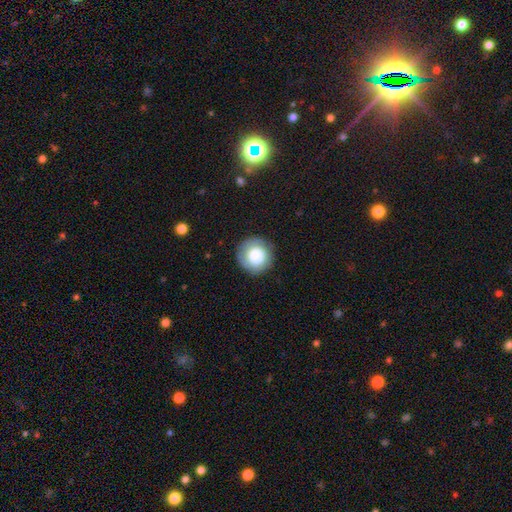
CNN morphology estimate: smooth_or_featured: smooth (p=0.78) [alt: featured or disk p=0.14]
how_rounded: round (p=0.95) [alt: in between p=0.04]
merging: none (p=0.85) [alt: minor disturbance p=0.11]